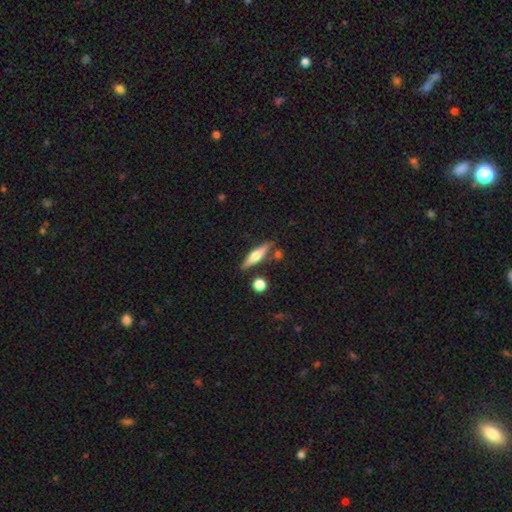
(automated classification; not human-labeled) A featured or disk galaxy (57%) viewed edge-on (95%) with a rounded central bulge (90%).

Vote fractions:
- Smooth or featured? featured or disk: 57% / smooth: 36% / star or artifact: 6%
- Edge-on disk? yes: 95% / no: 5%
- Edge-on bulge? rounded: 90% / boxy: 6% / none: 4%
- Merging? none: 80% / minor disturbance: 11% / merger: 7% / major disturbance: 3%